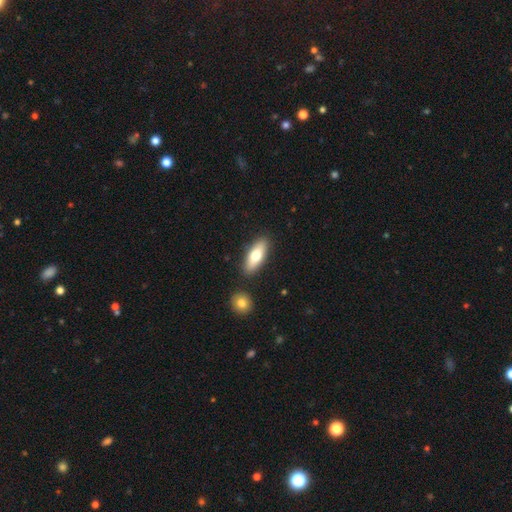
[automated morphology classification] Smooth or featured? Predicted: smooth (p=0.69). How rounded? Predicted: in between (p=0.67). Merging? Predicted: none (p=0.85).